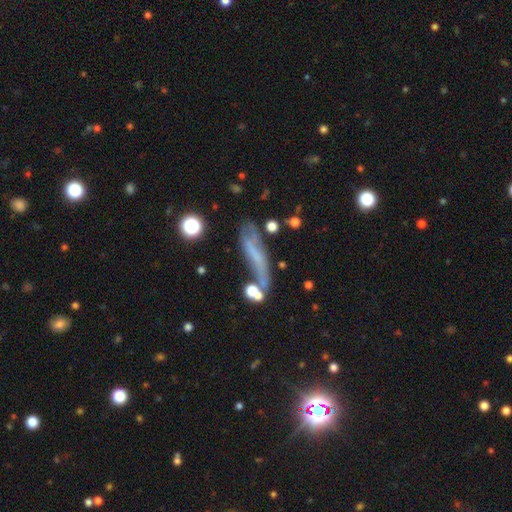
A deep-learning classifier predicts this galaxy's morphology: A featured or disk galaxy (46%). Merging: none (47%).